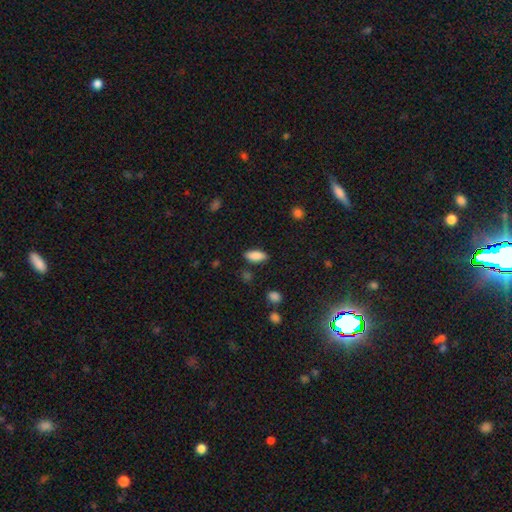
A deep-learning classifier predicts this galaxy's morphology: This is clearly a smooth galaxy (86%). How rounded: likely in between (78%). Merging: clearly none (84%).